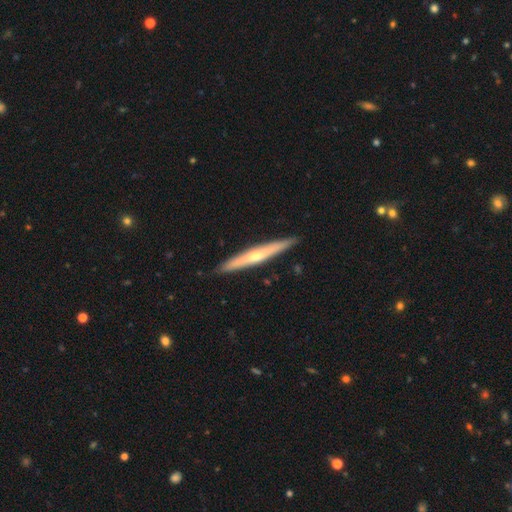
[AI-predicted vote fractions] smooth_or_featured: featured or disk (p=0.60) [alt: smooth p=0.34]
disk_edge_on: yes (p=0.95) [alt: no p=0.05]
edge_on_bulge: rounded (p=0.77) [alt: none p=0.21]
merging: none (p=0.91) [alt: minor disturbance p=0.07]